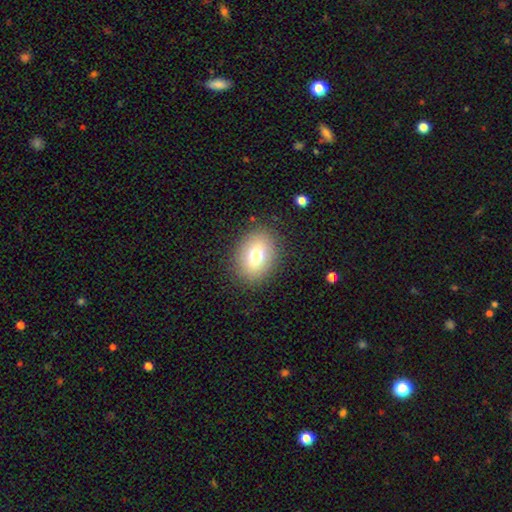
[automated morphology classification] smooth-or-featured: smooth: 72% | featured or disk: 17% | star or artifact: 11%
  how-rounded: in between: 69% | round: 30% | cigar-shaped: 1%
  merging: none: 86% | minor disturbance: 9% | major disturbance: 4% | merger: 1%